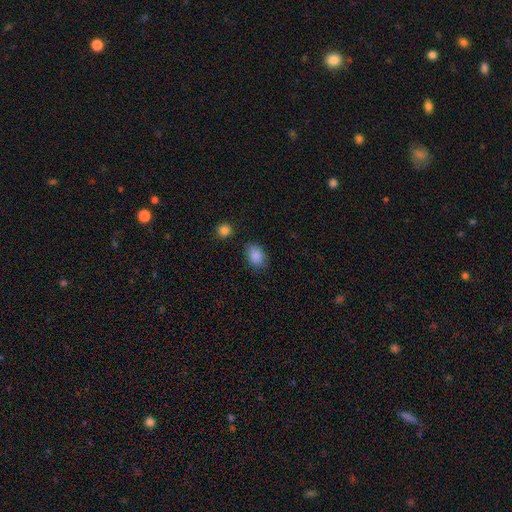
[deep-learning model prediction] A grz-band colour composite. It shows a smooth galaxy with no disk features (87%) that is in between round and cigar-shaped (75%). Merging: none (78%).